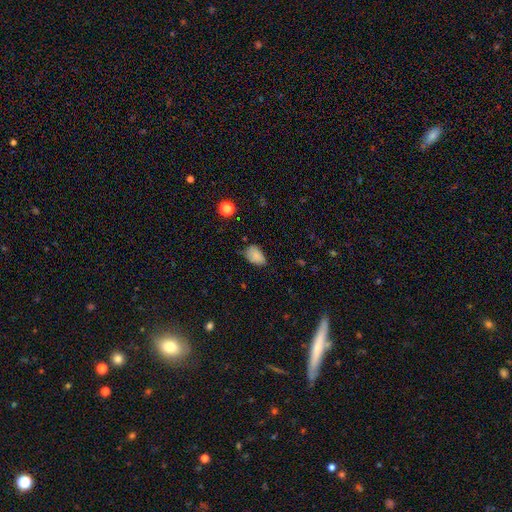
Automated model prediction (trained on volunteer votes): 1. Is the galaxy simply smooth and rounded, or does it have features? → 83% smooth, 10% star or artifact, 7% featured or disk.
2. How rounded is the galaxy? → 85% in between, 14% round, 1% cigar-shaped.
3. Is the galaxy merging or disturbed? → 54% none, 37% minor disturbance, 8% major disturbance, 2% merger.